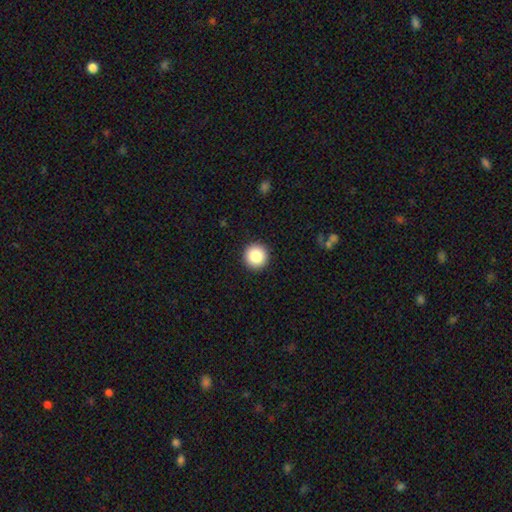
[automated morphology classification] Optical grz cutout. It shows a smooth galaxy with no disk features (86%) that is round (96%). Merging: none (93%).